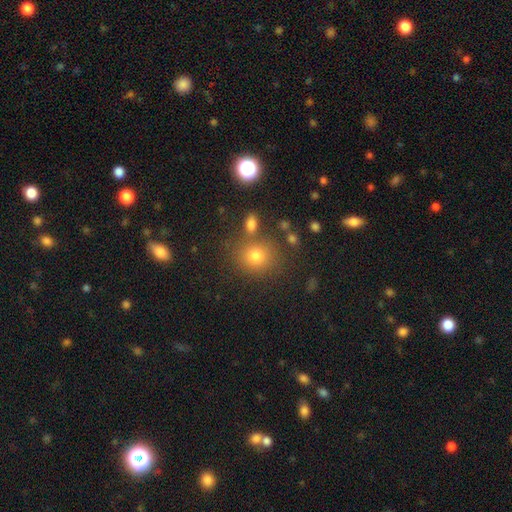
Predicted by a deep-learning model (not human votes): smooth-or-featured: smooth: 75% | star or artifact: 16% | featured or disk: 9%
  how-rounded: round: 82% | in between: 17% | cigar-shaped: 1%
  merging: none: 76% | minor disturbance: 10% | merger: 10% | major disturbance: 4%